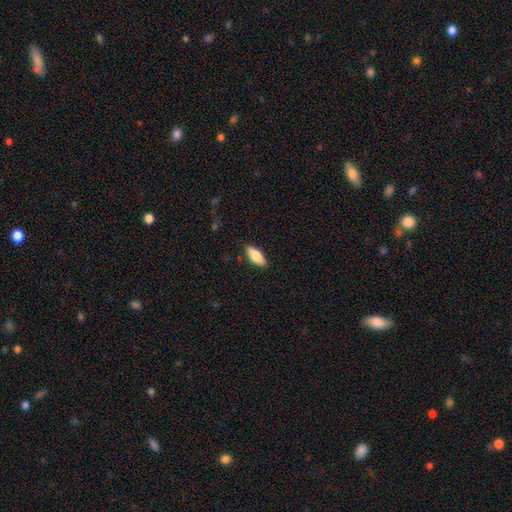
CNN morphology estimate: Q: Smooth or featured?
A: smooth (80%); runner-up: featured or disk (14%)
Q: How rounded?
A: in between (80%); runner-up: cigar-shaped (18%)
Q: Merging?
A: none (87%); runner-up: minor disturbance (10%)